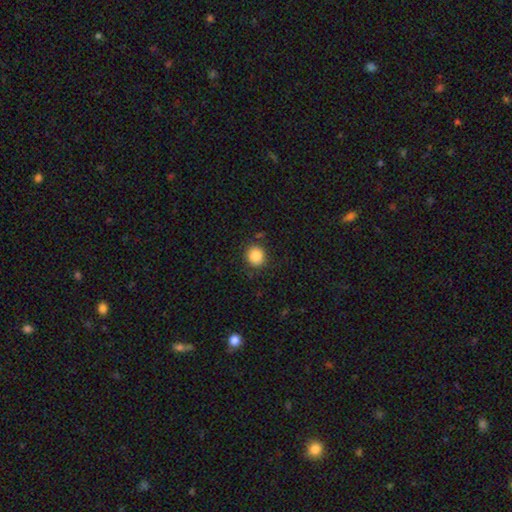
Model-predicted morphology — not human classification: This appears to be a smooth galaxy with no disk features (85%) that is round (85%). Merging: none (86%).